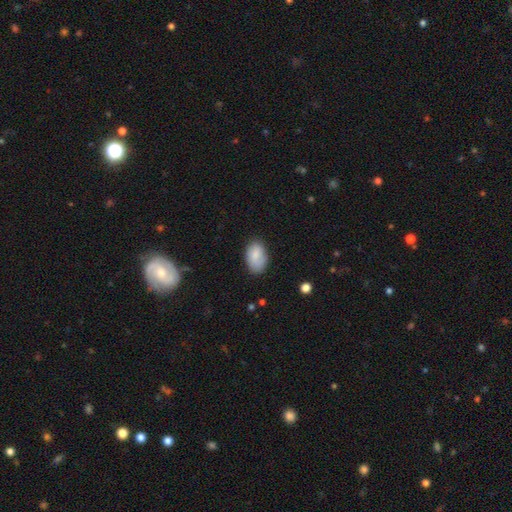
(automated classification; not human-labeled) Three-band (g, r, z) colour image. It shows a smooth galaxy with no disk features (83%) that is in between round and cigar-shaped (92%). Merging: none (72%).